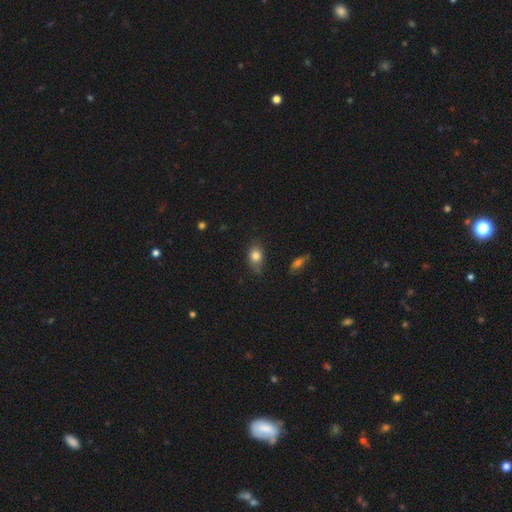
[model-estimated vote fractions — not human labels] Overall: smooth (80%). How rounded: in between (65%; round 32%). Merging: none (64%; minor disturbance 28%).